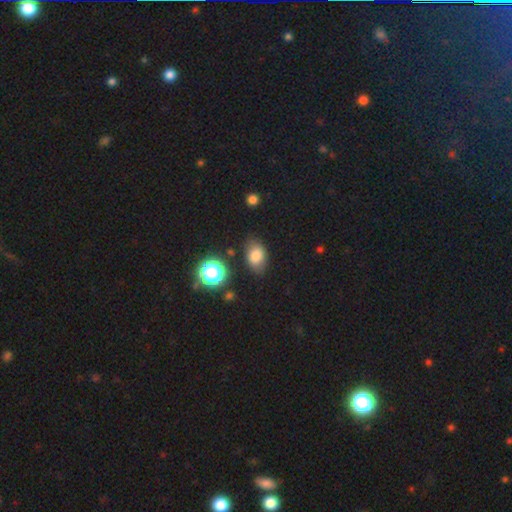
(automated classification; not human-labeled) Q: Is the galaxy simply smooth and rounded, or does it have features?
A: smooth — 78%.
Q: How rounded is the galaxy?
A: in between — 79%.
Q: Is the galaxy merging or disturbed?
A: none — 73%.